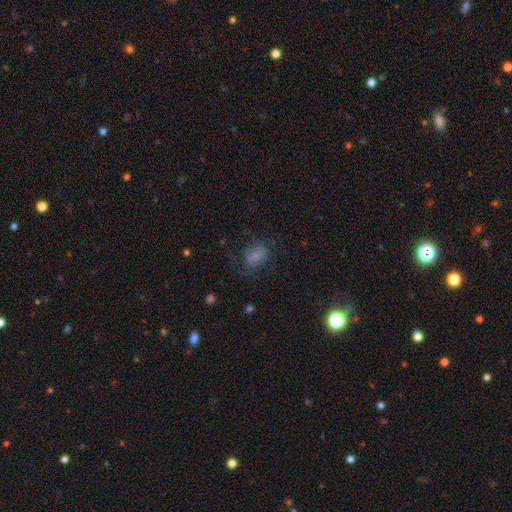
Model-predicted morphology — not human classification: Q: Smooth or featured?
A: smooth (72%); runner-up: star or artifact (15%)
Q: How rounded?
A: in between (77%); runner-up: round (19%)
Q: Merging?
A: none (62%); runner-up: minor disturbance (21%)